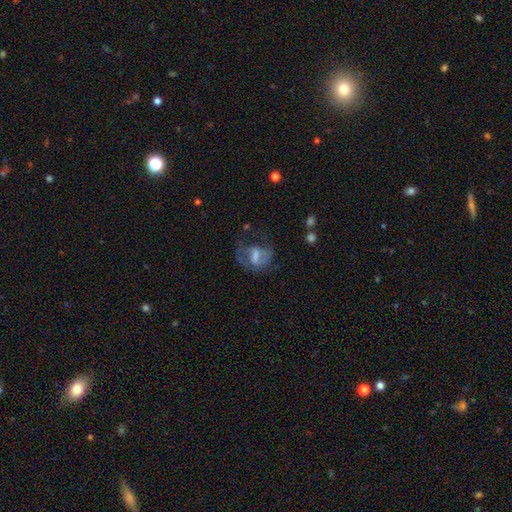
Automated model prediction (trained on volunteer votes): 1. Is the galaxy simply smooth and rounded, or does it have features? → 53% featured or disk, 37% smooth, 10% star or artifact.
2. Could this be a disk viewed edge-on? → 96% no, 4% yes.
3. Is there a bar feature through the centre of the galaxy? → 43% weak, 31% no, 26% strong.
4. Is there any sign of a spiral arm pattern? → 56% yes, 44% no.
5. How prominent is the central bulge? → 32% none, 31% moderate, 23% small, 12% large, 2% dominant.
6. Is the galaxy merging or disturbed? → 38% major disturbance, 37% none, 21% minor disturbance, 4% merger.